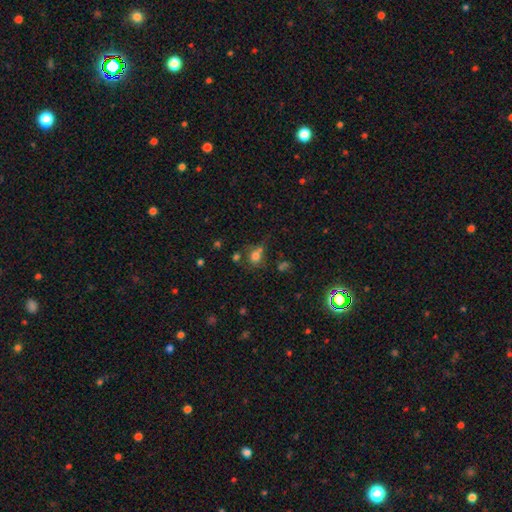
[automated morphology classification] A smooth galaxy with no disk features (72%) that is round (68%).

Vote fractions:
- Smooth or featured? smooth: 72% / star or artifact: 17% / featured or disk: 10%
- How rounded? round: 68% / in between: 31% / cigar-shaped: 1%
- Merging? none: 51% / minor disturbance: 19% / merger: 19% / major disturbance: 11%